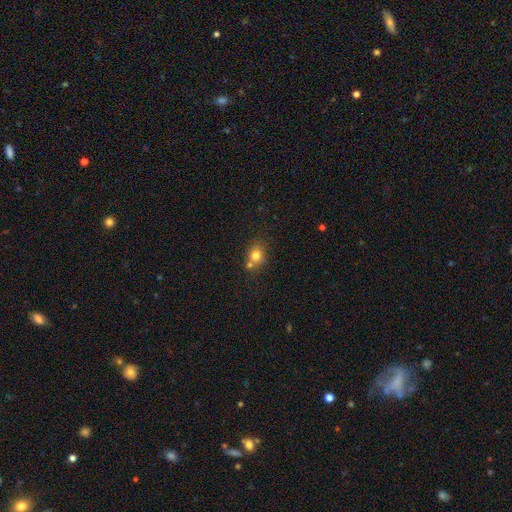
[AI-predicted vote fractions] smooth 77%, star or artifact 12%, featured or disk 11%. Down the decision tree: how rounded — round (66%); merging — none (54%).